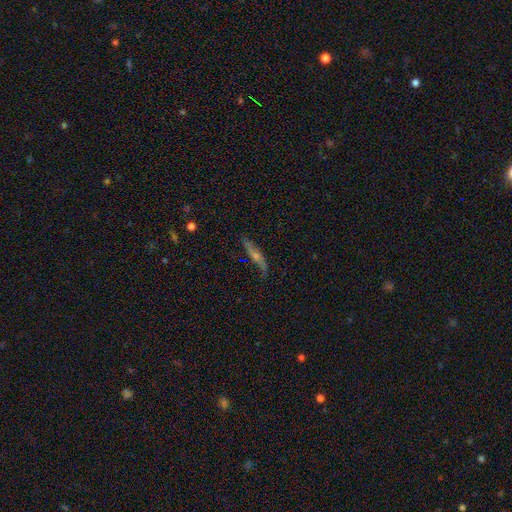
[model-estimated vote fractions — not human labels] Morphology: type=featured or disk (70%); edge-on=yes (62%); merging=none (71%).